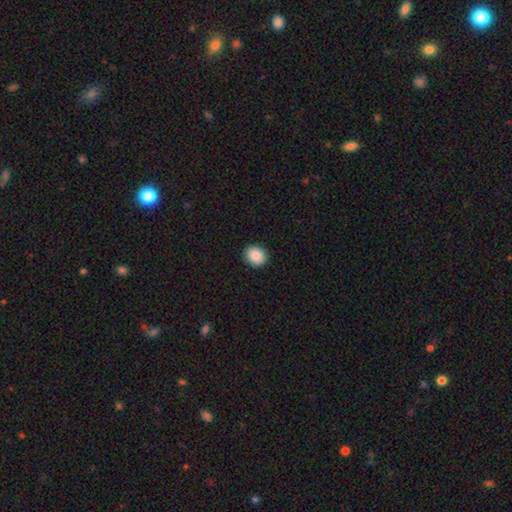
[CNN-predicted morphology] The model was most divided on "how rounded": round: 66%, in between: 33%, cigar-shaped: 1%. More confident: merging — none (91%); smooth or featured — smooth (87%).